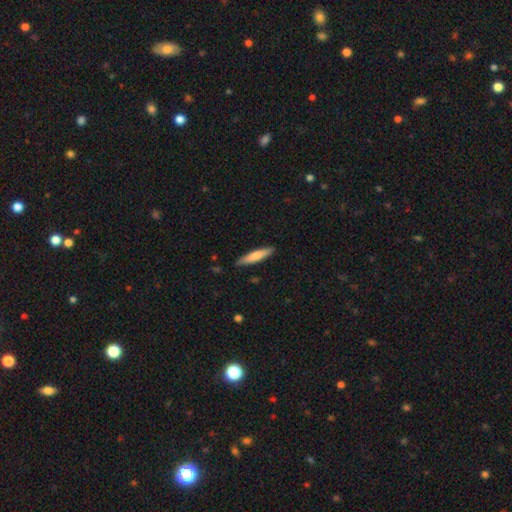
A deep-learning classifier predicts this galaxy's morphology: The model was most divided on "smooth or featured": smooth: 71%, featured or disk: 24%, star or artifact: 5%. More confident: merging — none (89%); how rounded — cigar-shaped (86%).